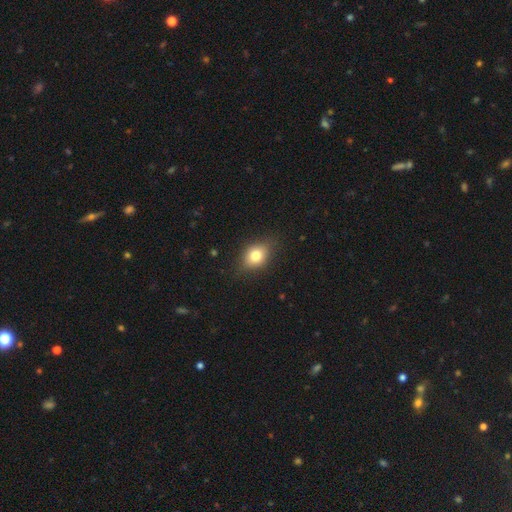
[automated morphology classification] A smooth galaxy with no disk features (76%) that is in between round and cigar-shaped (65%).

Vote fractions:
- Smooth or featured? smooth: 76% / featured or disk: 14% / star or artifact: 10%
- How rounded? in between: 65% / round: 33% / cigar-shaped: 2%
- Merging? none: 79% / minor disturbance: 17% / major disturbance: 4% / merger: 1%